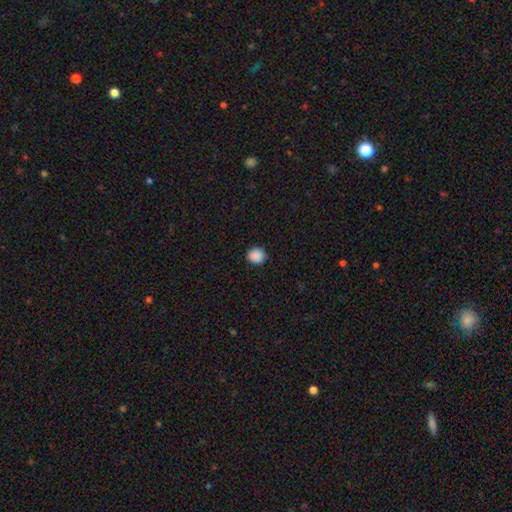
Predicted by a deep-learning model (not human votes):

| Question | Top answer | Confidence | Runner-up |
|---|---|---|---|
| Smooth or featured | smooth | 88% | star or artifact (9%) |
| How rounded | round | 86% | in between (13%) |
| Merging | none | 89% | minor disturbance (8%) |